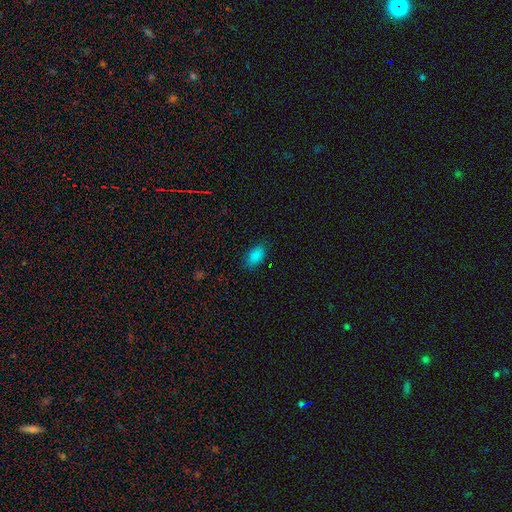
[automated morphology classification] smooth-or-featured: smooth: 86% | star or artifact: 10% | featured or disk: 4%
  how-rounded: in between: 93% | round: 5% | cigar-shaped: 3%
  merging: none: 83% | minor disturbance: 13% | major disturbance: 3% | merger: 1%